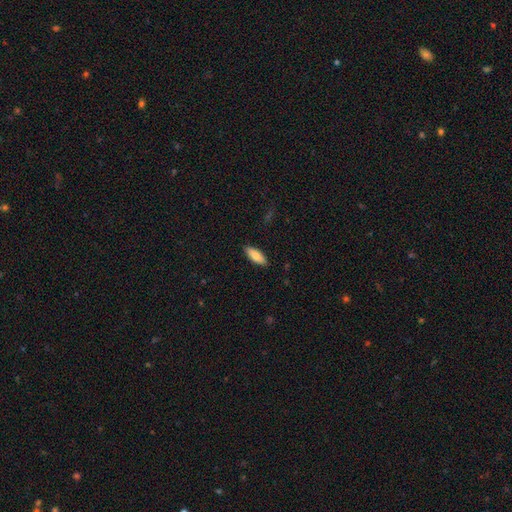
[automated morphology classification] Smooth or featured? smooth (78%)
How rounded? in between (74%)
Merging? none (88%)